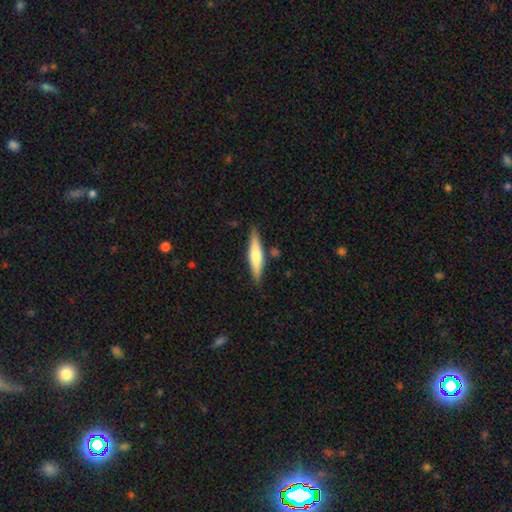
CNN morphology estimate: smooth_or_featured: smooth (p=0.52) [alt: featured or disk p=0.42]
how_rounded: cigar-shaped (p=0.81) [alt: in between p=0.17]
merging: none (p=0.85) [alt: minor disturbance p=0.10]